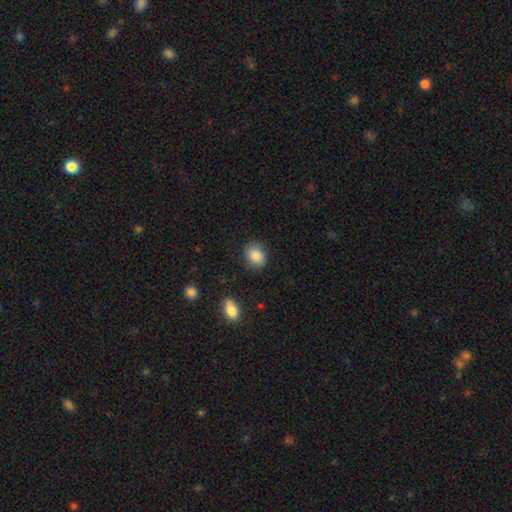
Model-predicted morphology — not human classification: Overall: smooth (87%). How rounded: in between (55%; round 44%). Merging: none (83%).